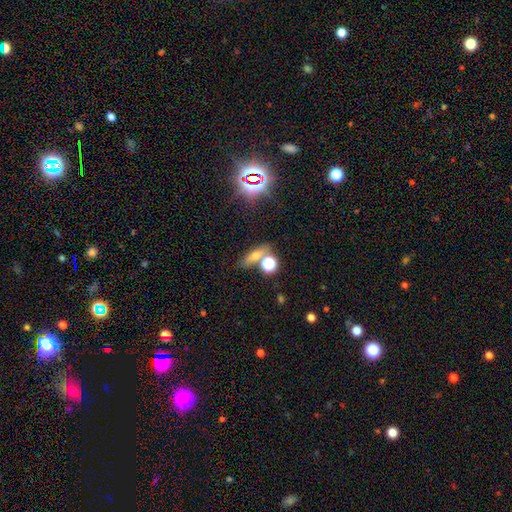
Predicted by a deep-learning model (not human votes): A smooth galaxy with no disk features (55%) that is in between round and cigar-shaped (44%). Merging: none (67%).